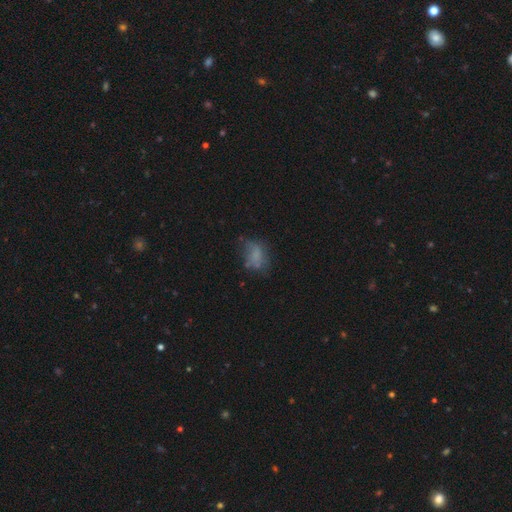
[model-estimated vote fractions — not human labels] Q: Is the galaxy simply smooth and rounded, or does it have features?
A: smooth — 61%.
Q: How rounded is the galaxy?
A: in between — 79%.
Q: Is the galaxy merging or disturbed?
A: none — 47%.